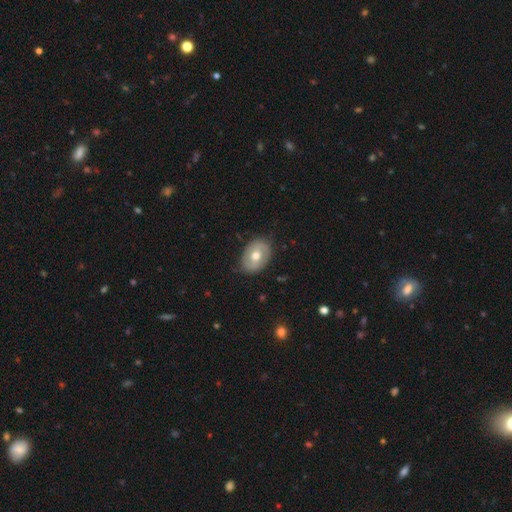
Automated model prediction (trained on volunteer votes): This is possibly a smooth galaxy (49%). Merging: likely none (79%).